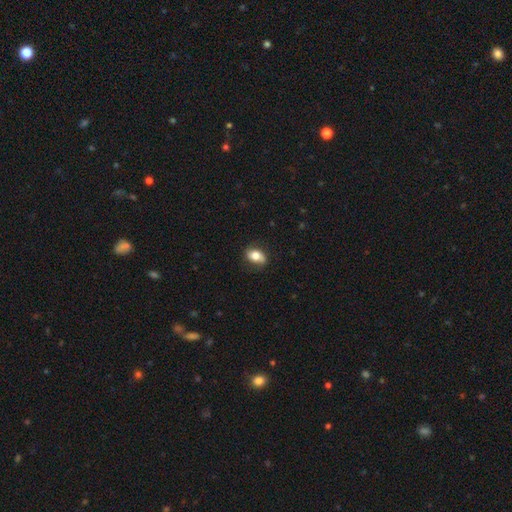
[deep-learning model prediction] A smooth galaxy with no disk features (69%) that is in between round and cigar-shaped (80%).

Vote fractions:
- Smooth or featured? smooth: 69% / featured or disk: 23% / star or artifact: 8%
- How rounded? in between: 80% / round: 17% / cigar-shaped: 3%
- Merging? none: 75% / minor disturbance: 19% / major disturbance: 5% / merger: 1%